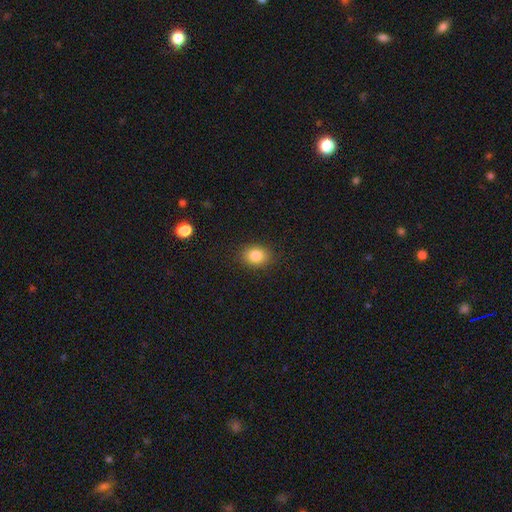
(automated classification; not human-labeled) smooth_or_featured: smooth (p=0.84) [alt: star or artifact p=0.10]
how_rounded: in between (p=0.50) [alt: round p=0.49]
merging: none (p=0.88) [alt: minor disturbance p=0.09]